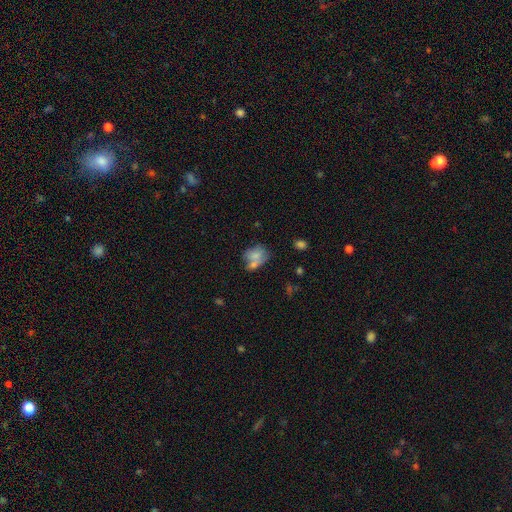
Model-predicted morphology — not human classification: A smooth galaxy with no disk features (68%) that is in between round and cigar-shaped (65%). Merging: merger (42%).